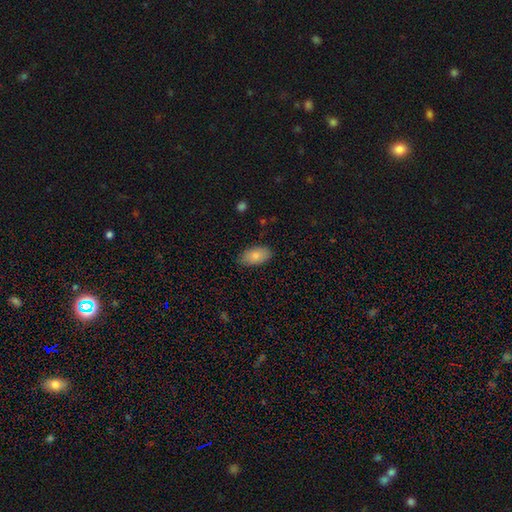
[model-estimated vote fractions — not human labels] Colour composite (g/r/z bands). It shows a smooth galaxy with no disk features (83%) that is in between round and cigar-shaped (94%). Merging: none (82%).